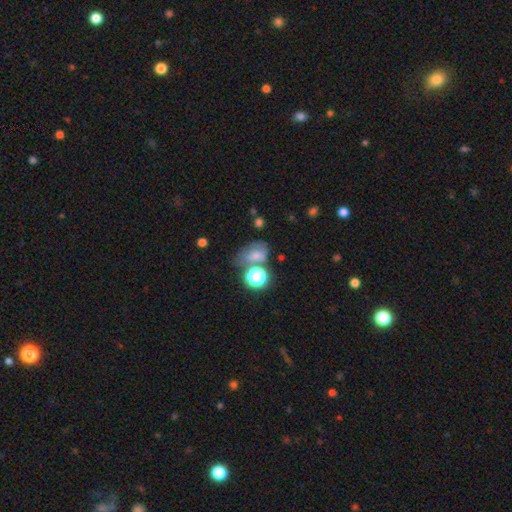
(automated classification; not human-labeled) smooth-or-featured: smooth: 62% | star or artifact: 20% | featured or disk: 18%
  how-rounded: in between: 67% | round: 32% | cigar-shaped: 2%
  merging: none: 41% | merger: 22% | minor disturbance: 21% | major disturbance: 15%